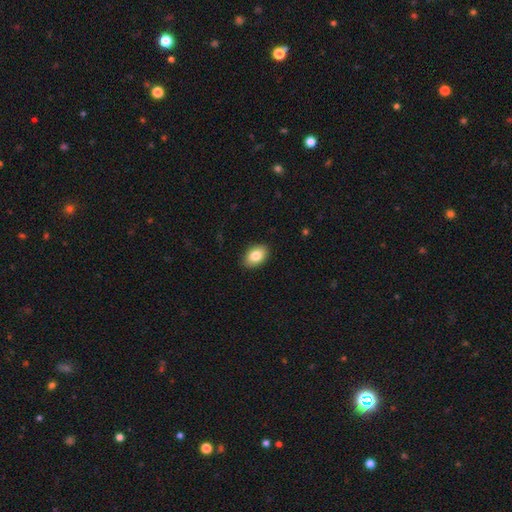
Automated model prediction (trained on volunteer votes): Q: Smooth or featured?
A: smooth (83%); runner-up: featured or disk (9%)
Q: How rounded?
A: in between (87%); runner-up: round (12%)
Q: Merging?
A: none (90%); runner-up: minor disturbance (8%)